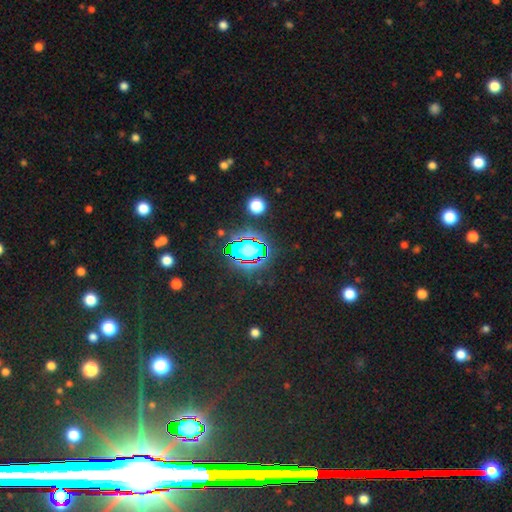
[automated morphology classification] Smooth or featured: star or artifact — 68% (smooth — 22%)